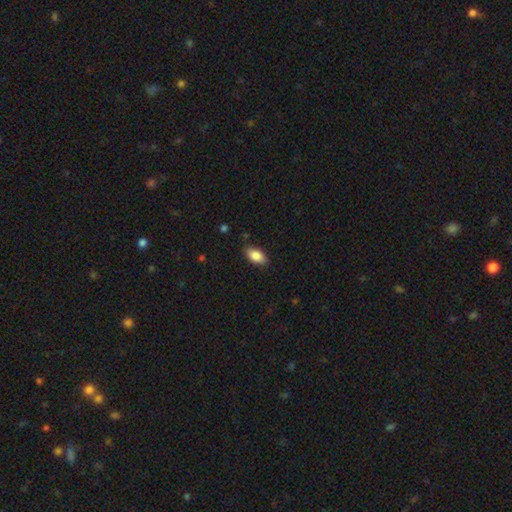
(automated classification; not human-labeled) This is clearly a smooth galaxy (86%). How rounded: clearly in between (92%). Merging: clearly none (85%).